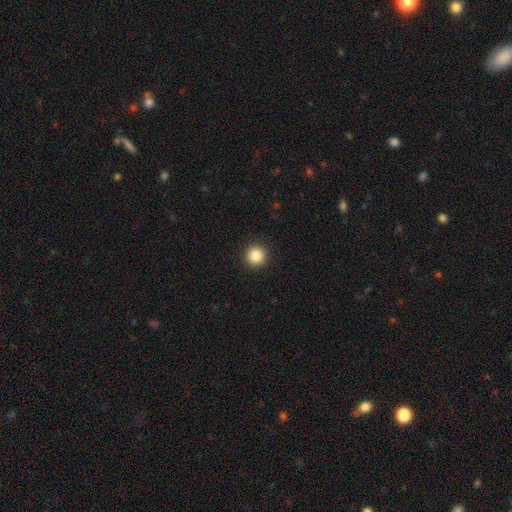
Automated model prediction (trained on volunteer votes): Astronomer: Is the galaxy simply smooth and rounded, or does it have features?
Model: smooth — 86%.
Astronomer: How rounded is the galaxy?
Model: round — 96%.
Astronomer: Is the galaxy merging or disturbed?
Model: none — 93%.